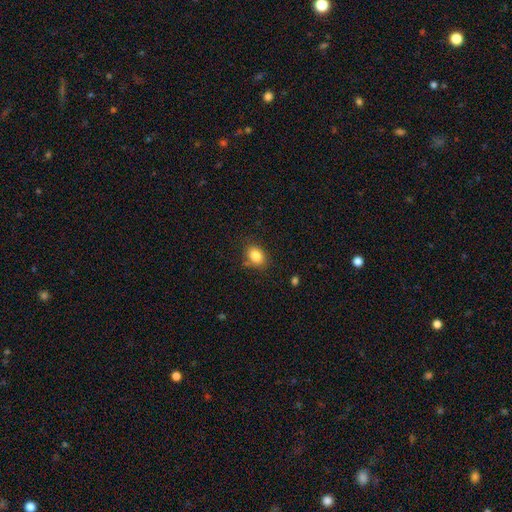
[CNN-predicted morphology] The model was most divided on "how rounded": in between: 67%, round: 32%, cigar-shaped: 1%. More confident: smooth or featured — smooth (84%); merging — none (77%).